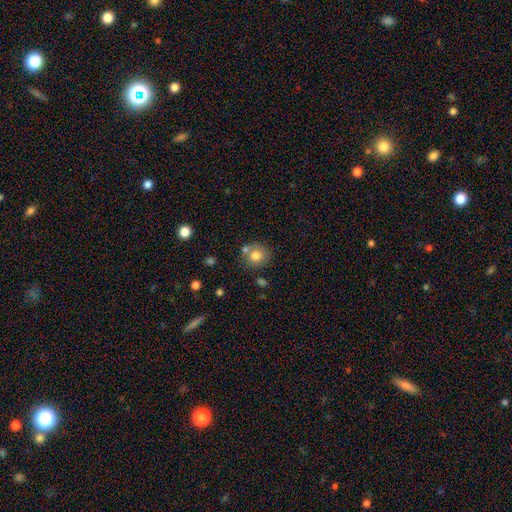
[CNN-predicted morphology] Smooth or featured: smooth — 77% (featured or disk — 13%)
How rounded: round — 81% (in between — 18%)
Merging: none — 64% (merger — 18%)